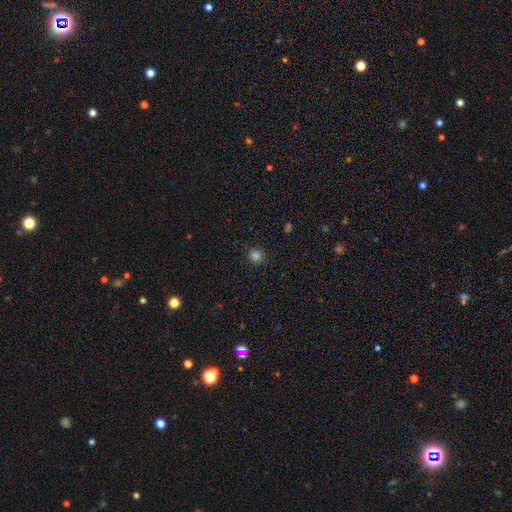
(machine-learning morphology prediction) smooth-or-featured: smooth: 82% | star or artifact: 14% | featured or disk: 4%
  how-rounded: round: 92% | in between: 7% | cigar-shaped: 1%
  merging: none: 91% | minor disturbance: 6% | major disturbance: 2% | merger: 1%